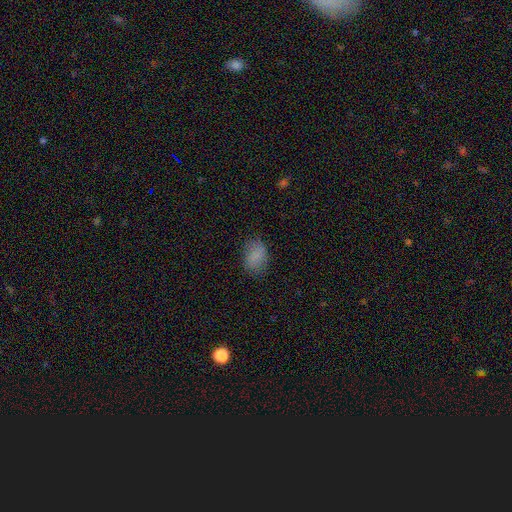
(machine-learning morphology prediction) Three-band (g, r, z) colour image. It shows a smooth galaxy with no disk features (81%) that is in between round and cigar-shaped (82%). Merging: none (74%).